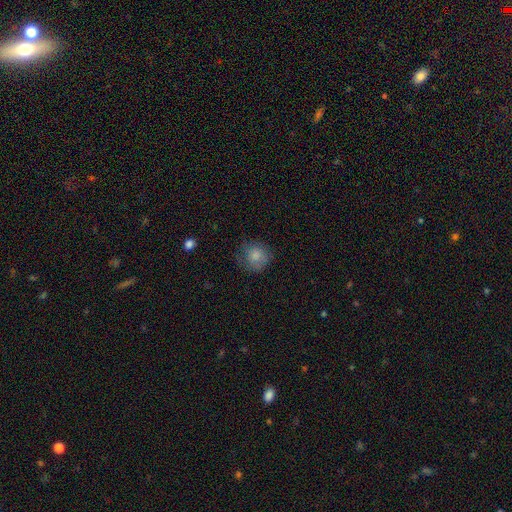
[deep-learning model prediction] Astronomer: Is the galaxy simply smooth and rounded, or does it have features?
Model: smooth — 82%.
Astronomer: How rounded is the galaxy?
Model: round — 89%.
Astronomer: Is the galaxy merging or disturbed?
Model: none — 70%.